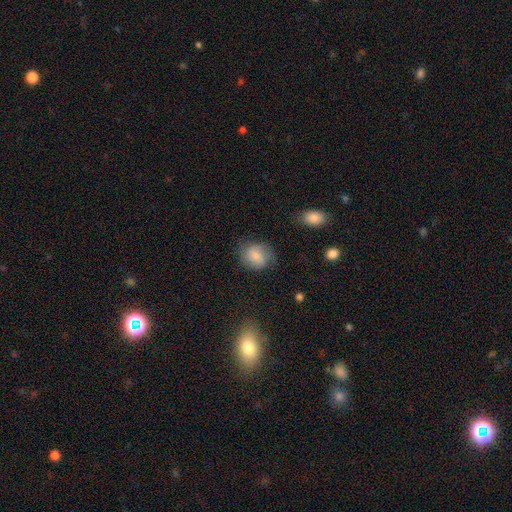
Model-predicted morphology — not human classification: smooth_or_featured: smooth (p=0.70) [alt: featured or disk p=0.22]
how_rounded: round (p=0.63) [alt: in between p=0.36]
merging: none (p=0.66) [alt: minor disturbance p=0.23]